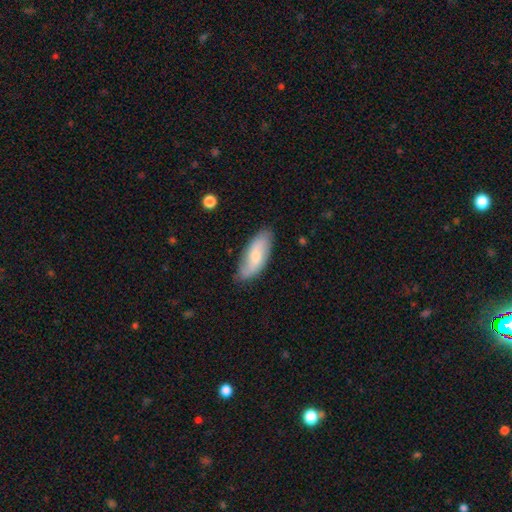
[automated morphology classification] The model was most divided on "smooth or featured": smooth: 52%, featured or disk: 42%, star or artifact: 6%. More confident: how rounded — in between (80%); merging — none (79%).